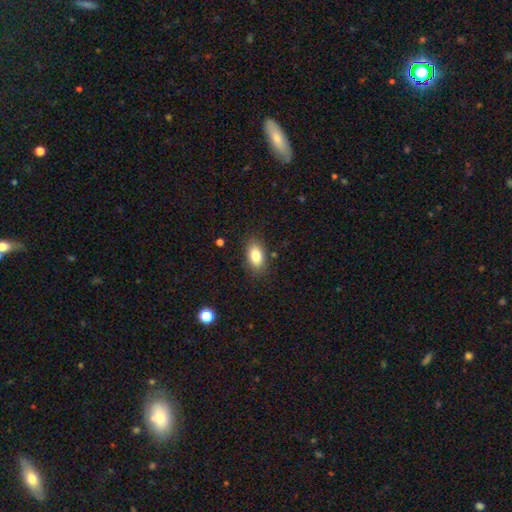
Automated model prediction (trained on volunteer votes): Morphology: type=smooth (82%); roundness=in between (90%); merging=none (83%).